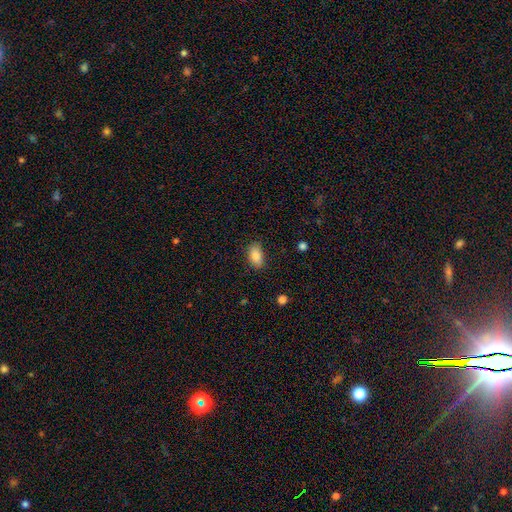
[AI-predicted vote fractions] Morphology: type=smooth (86%); roundness=in between (90%); merging=none (81%).